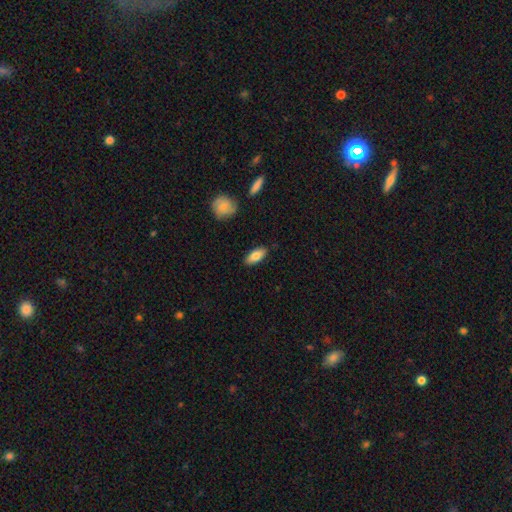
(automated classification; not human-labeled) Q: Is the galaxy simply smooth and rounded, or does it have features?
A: smooth — 81%.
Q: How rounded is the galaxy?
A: in between — 84%.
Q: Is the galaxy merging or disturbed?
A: none — 87%.